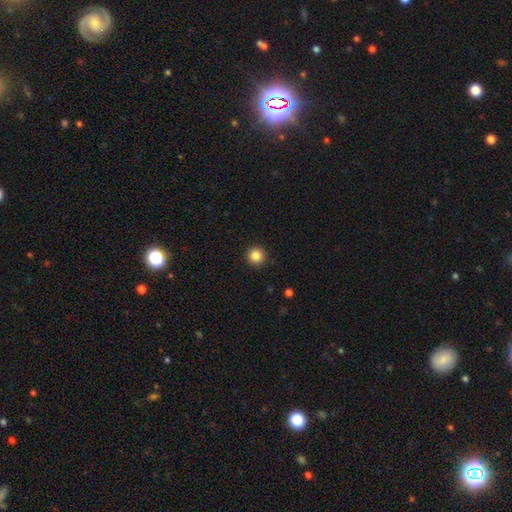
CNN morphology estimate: smooth-or-featured: smooth: 85% | star or artifact: 11% | featured or disk: 4%
  how-rounded: round: 96% | in between: 3% | cigar-shaped: 1%
  merging: none: 93% | minor disturbance: 5% | major disturbance: 2% | merger: 1%